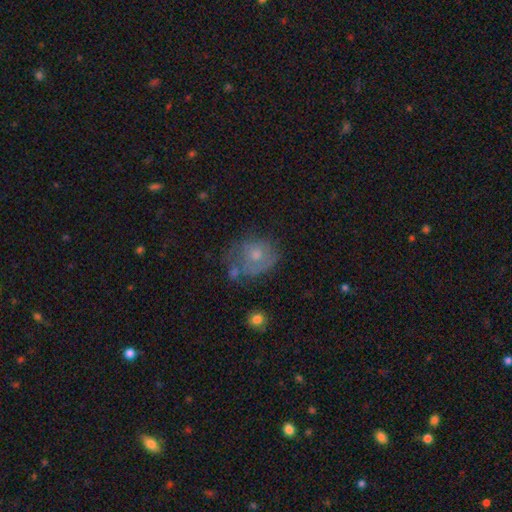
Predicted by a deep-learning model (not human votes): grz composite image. It shows a smooth galaxy with no disk features (45%). Merging: none (39%).